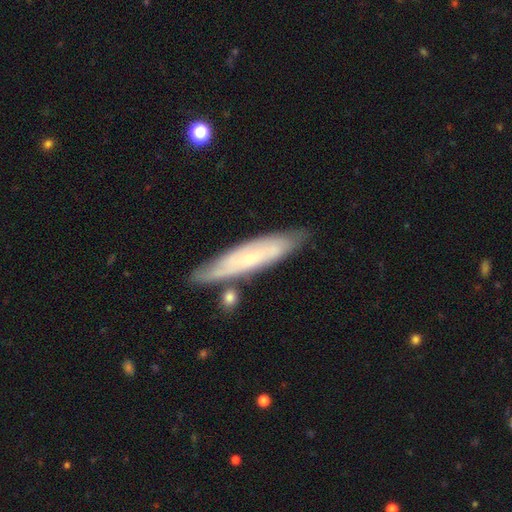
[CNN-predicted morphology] Overall: featured or disk (50%; smooth 42%). Edge-on disk: yes (54%; no 46%). Merging: none (78%).